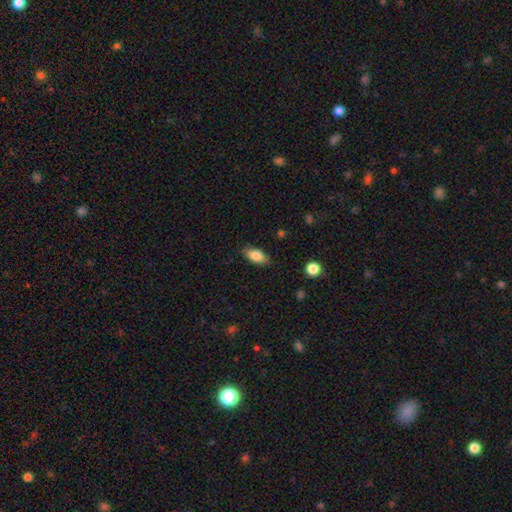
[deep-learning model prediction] Smooth or featured: smooth — 82% (featured or disk — 11%)
How rounded: in between — 87% (cigar-shaped — 9%)
Merging: none — 82% (minor disturbance — 14%)